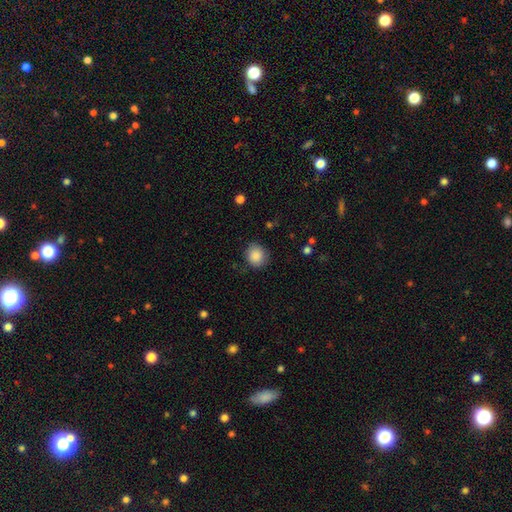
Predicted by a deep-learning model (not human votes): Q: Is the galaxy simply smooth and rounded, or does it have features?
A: smooth — 88%.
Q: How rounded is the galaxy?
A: round — 79%.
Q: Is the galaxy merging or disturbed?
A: none — 83%.